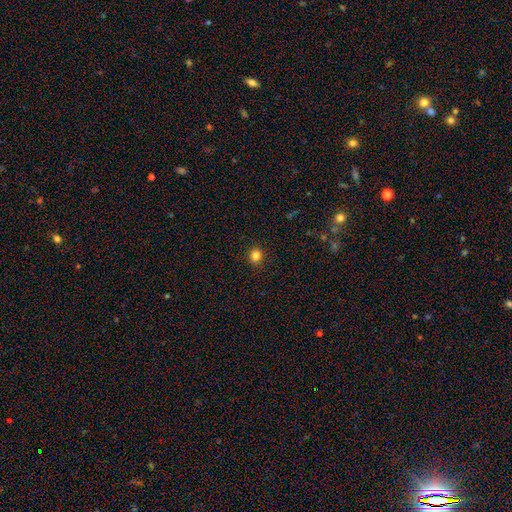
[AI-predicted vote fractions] Q: Smooth or featured?
A: smooth (83%); runner-up: star or artifact (13%)
Q: How rounded?
A: round (86%); runner-up: in between (13%)
Q: Merging?
A: none (91%); runner-up: minor disturbance (6%)